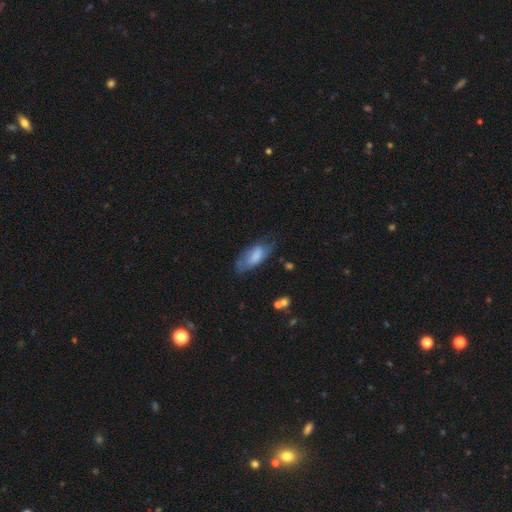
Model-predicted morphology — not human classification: Smooth or featured? smooth (68%)
How rounded? in between (82%)
Merging? none (48%)